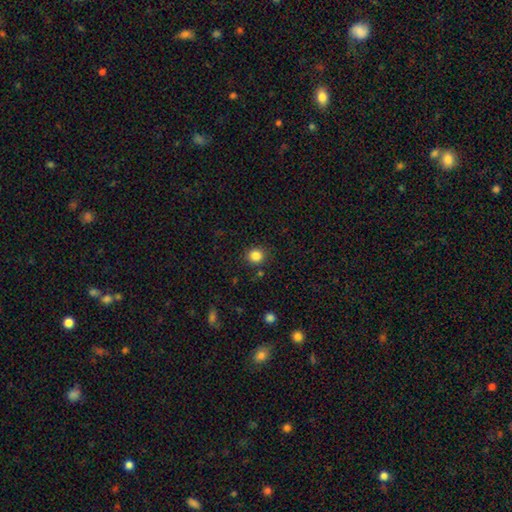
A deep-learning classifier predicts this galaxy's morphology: This is clearly a smooth galaxy (85%). How rounded: clearly round (88%). Merging: clearly none (88%).